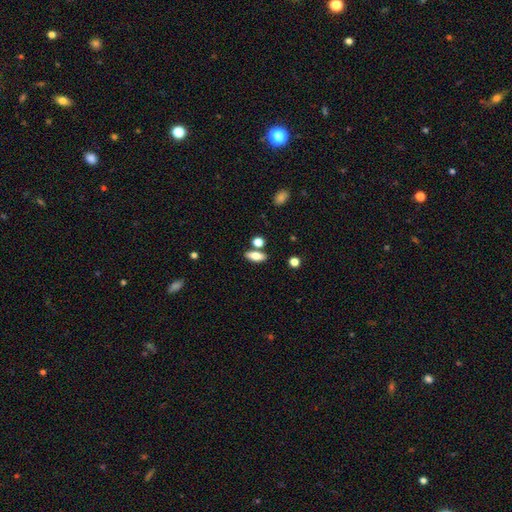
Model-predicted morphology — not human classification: Smooth or featured: smooth — 76% (featured or disk — 16%)
How rounded: in between — 75% (cigar-shaped — 19%)
Merging: none — 72% (merger — 13%)